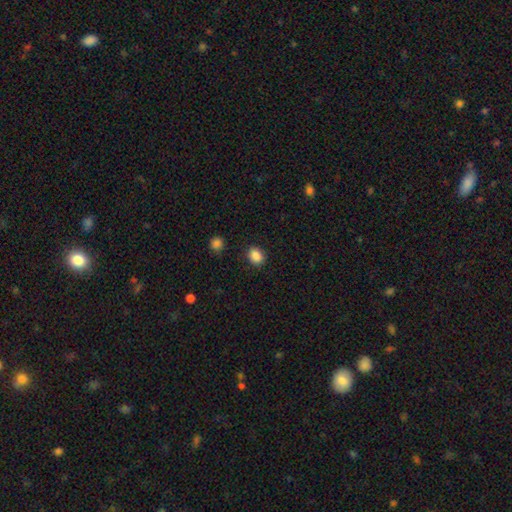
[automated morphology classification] The model was most divided on "how rounded": round: 53%, in between: 46%, cigar-shaped: 1%. More confident: merging — none (87%); smooth or featured — smooth (87%).